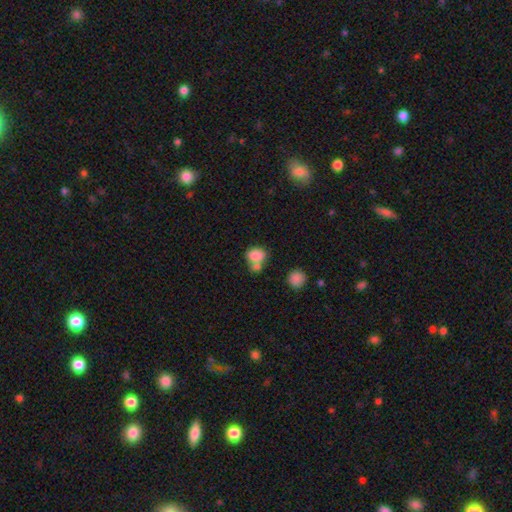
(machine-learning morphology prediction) smooth_or_featured: smooth (p=0.81) [alt: star or artifact p=0.10]
how_rounded: in between (p=0.57) [alt: round p=0.42]
merging: merger (p=0.47) [alt: none p=0.35]